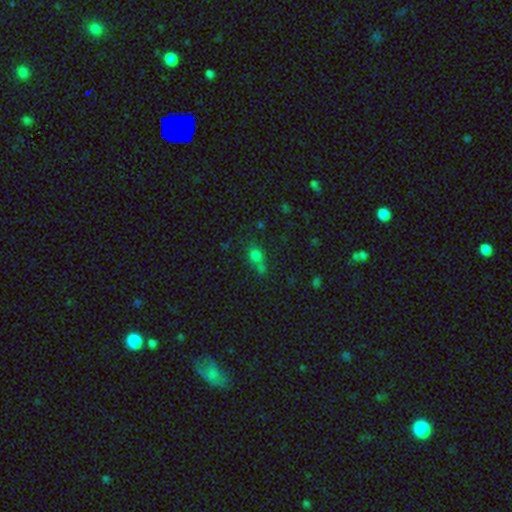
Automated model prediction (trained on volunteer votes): smooth 69%, star or artifact 21%, featured or disk 10%. Down the decision tree: how rounded — round (60%); merging — none (42%).